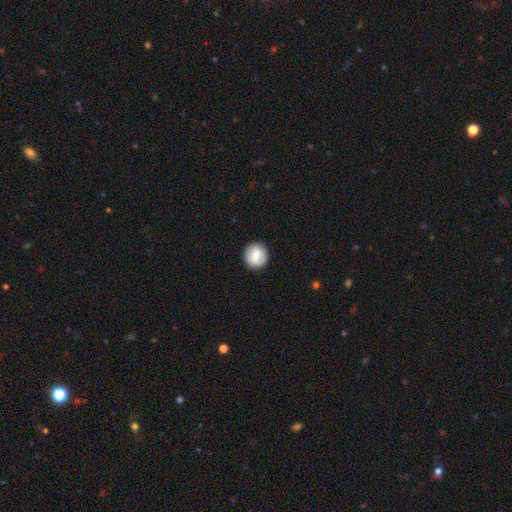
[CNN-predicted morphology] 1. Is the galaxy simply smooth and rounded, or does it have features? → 66% smooth, 27% featured or disk, 7% star or artifact.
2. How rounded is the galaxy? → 91% round, 8% in between, 1% cigar-shaped.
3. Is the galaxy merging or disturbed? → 89% none, 8% minor disturbance, 2% major disturbance, 1% merger.